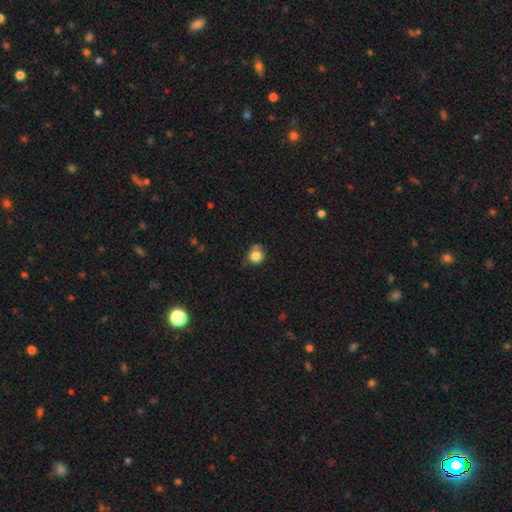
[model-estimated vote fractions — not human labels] Smooth or featured: smooth — 82% (star or artifact — 11%)
How rounded: round — 84% (in between — 15%)
Merging: none — 56% (minor disturbance — 30%)